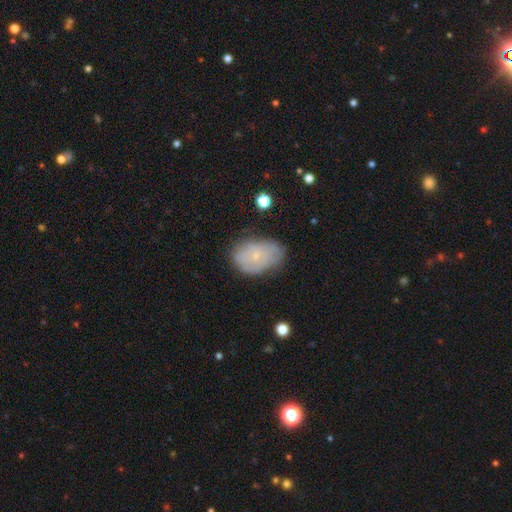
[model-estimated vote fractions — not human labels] A smooth galaxy with no disk features (55%) that is in between round and cigar-shaped (85%). Merging: none (66%).